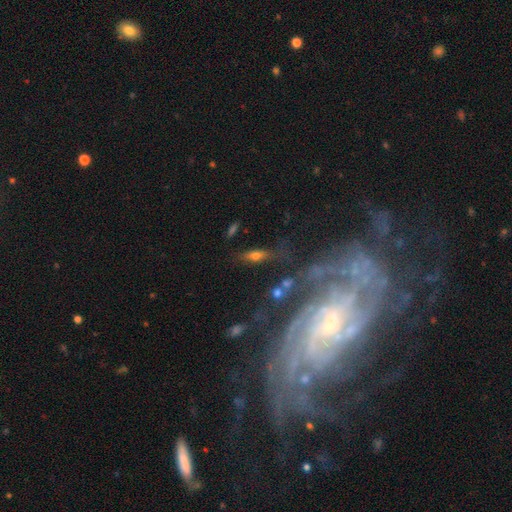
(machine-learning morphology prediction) Smooth or featured?
  - smooth: 51% *
  - featured or disk: 38%
  - star or artifact: 12%
How rounded?
  - in between: 54% *
  - cigar-shaped: 39%
  - round: 7%
Merging?
  - none: 67% *
  - minor disturbance: 18%
  - major disturbance: 8%
  - merger: 7%